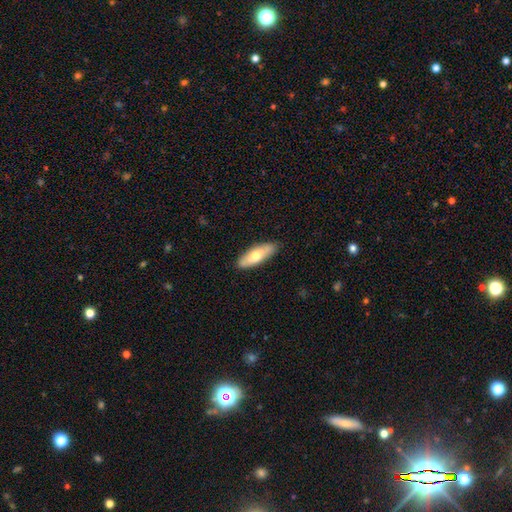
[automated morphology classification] Smooth or featured: smooth — 66% (featured or disk — 29%)
How rounded: in between — 60% (cigar-shaped — 38%)
Merging: none — 87% (minor disturbance — 10%)